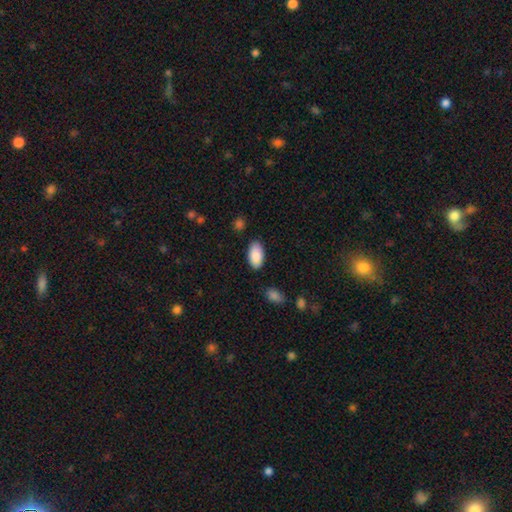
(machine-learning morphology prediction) type=smooth (89%); roundness=in between (95%); merging=none (84%).